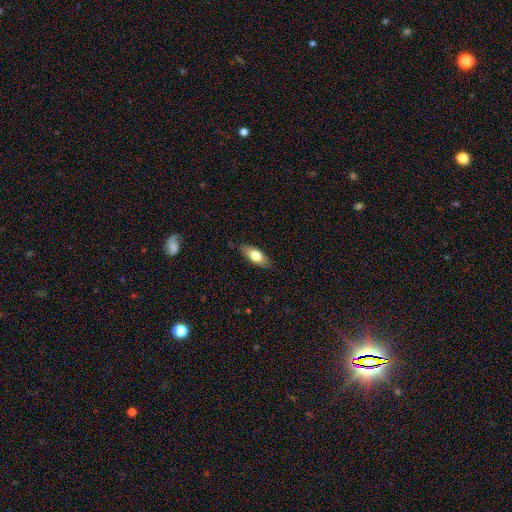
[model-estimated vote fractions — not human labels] Smooth or featured?
  - smooth: 74% *
  - featured or disk: 20%
  - star or artifact: 6%
How rounded?
  - in between: 83% *
  - cigar-shaped: 14%
  - round: 3%
Merging?
  - none: 84% *
  - minor disturbance: 13%
  - major disturbance: 2%
  - merger: 1%